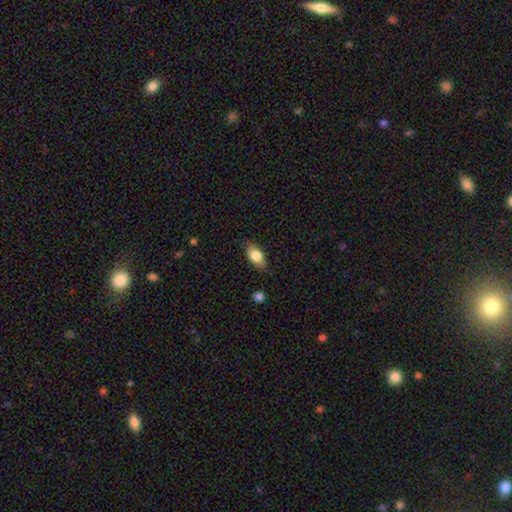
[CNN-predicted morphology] Smooth or featured?
  - smooth: 75% *
  - featured or disk: 18%
  - star or artifact: 7%
How rounded?
  - in between: 85% *
  - round: 8%
  - cigar-shaped: 6%
Merging?
  - none: 79% *
  - minor disturbance: 16%
  - major disturbance: 3%
  - merger: 1%